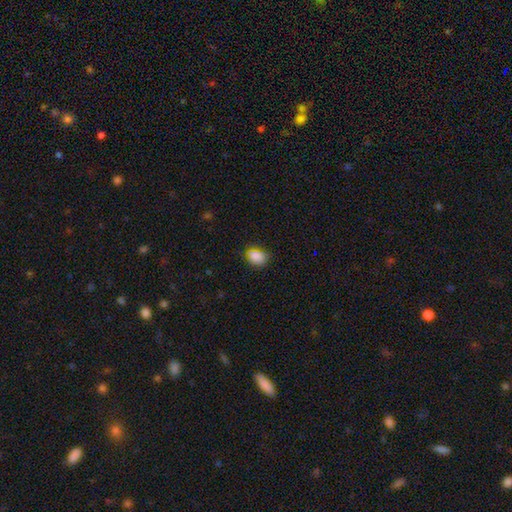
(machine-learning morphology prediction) smooth 85%, star or artifact 10%, featured or disk 5%. Down the decision tree: how rounded — in between (63%); merging — none (70%).